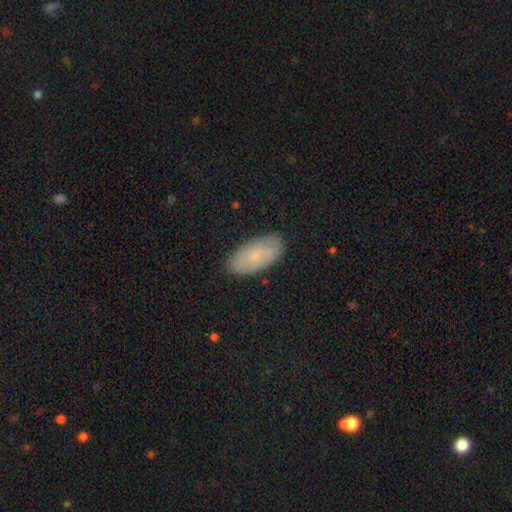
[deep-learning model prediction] smooth 64%, featured or disk 27%, star or artifact 10%. Down the decision tree: how rounded — in between (93%); merging — none (84%).